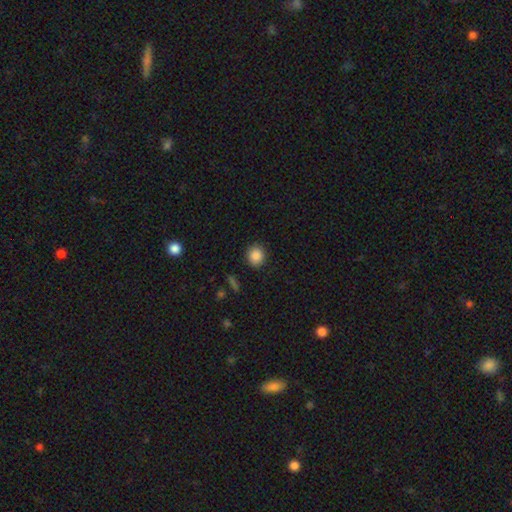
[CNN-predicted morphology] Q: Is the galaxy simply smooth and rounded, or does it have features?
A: smooth — 87%.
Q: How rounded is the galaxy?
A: round — 82%.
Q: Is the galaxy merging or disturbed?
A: none — 89%.